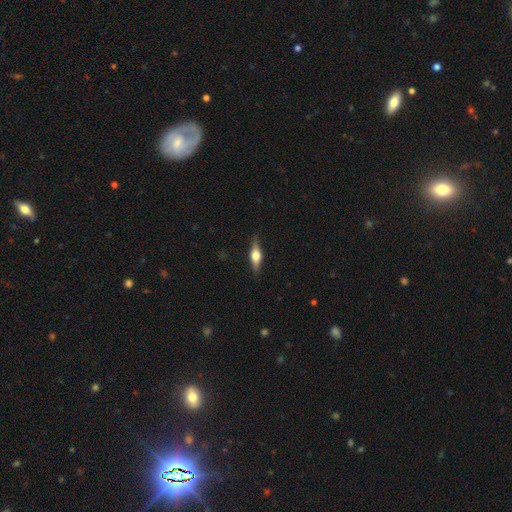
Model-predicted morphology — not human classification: type=featured or disk (57%); edge-on=yes (94%); edge-on bulge=rounded (93%); merging=none (86%).